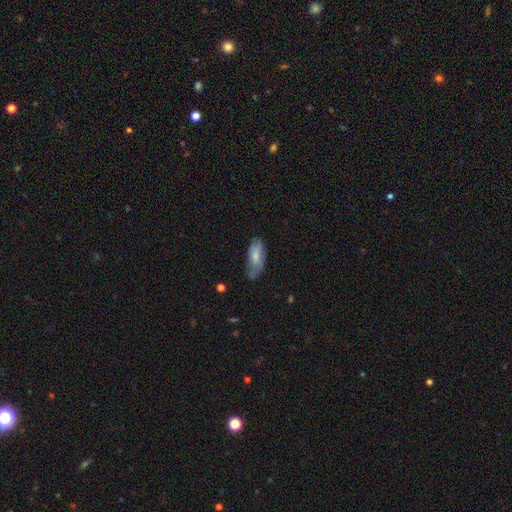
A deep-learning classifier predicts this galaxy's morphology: This is likely a smooth galaxy (69%). How rounded: clearly in between (85%). Merging: possibly none (55%).